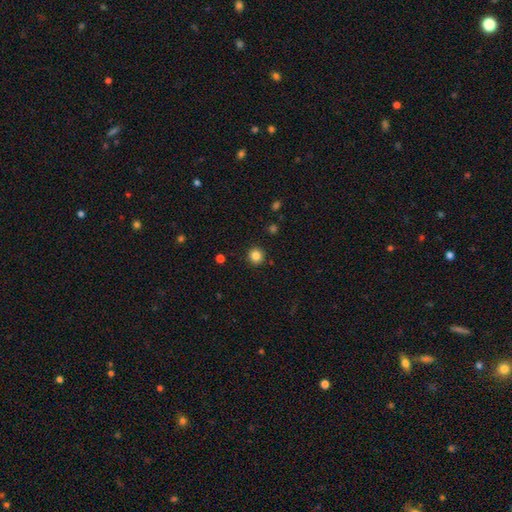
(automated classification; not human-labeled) Smooth or featured: smooth — 84% (star or artifact — 12%)
How rounded: round — 94% (in between — 5%)
Merging: none — 91% (minor disturbance — 5%)